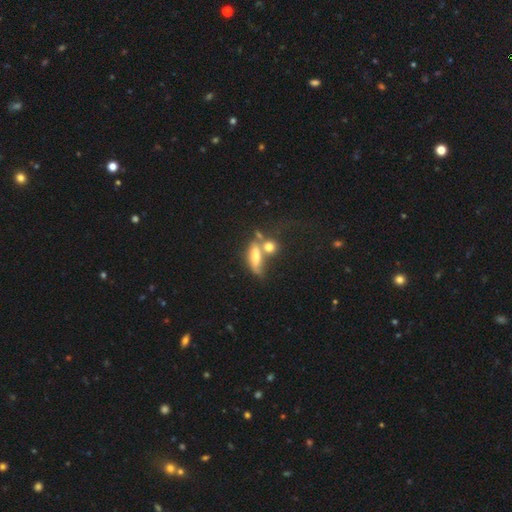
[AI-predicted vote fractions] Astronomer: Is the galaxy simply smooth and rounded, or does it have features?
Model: smooth — 62%.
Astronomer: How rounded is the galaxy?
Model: in between — 62%.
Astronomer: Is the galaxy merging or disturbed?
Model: merger — 45% (runner-up: none, 28%).